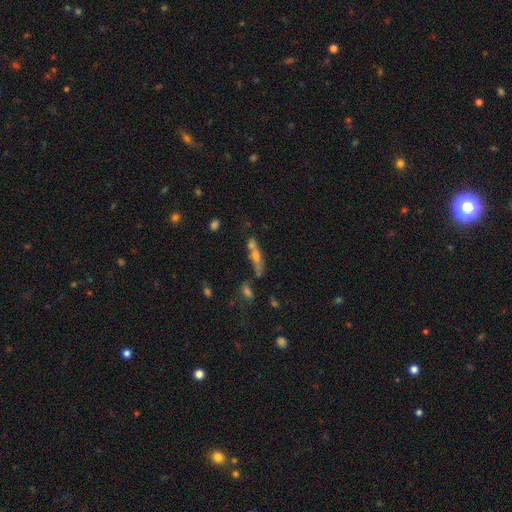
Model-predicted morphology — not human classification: smooth-or-featured: smooth: 49% | featured or disk: 38% | star or artifact: 12%
  merging: none: 42% | merger: 34% | minor disturbance: 15% | major disturbance: 8%